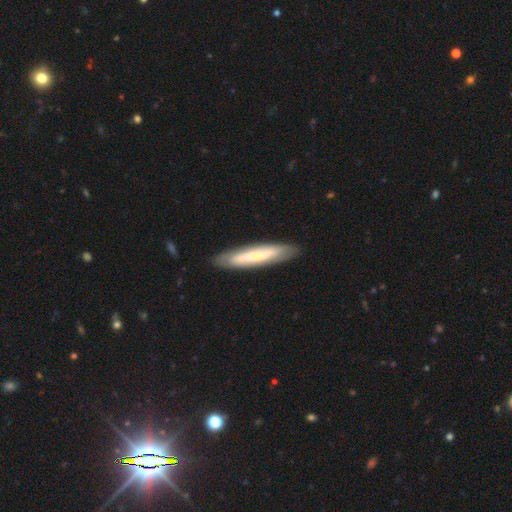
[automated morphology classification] smooth 56%, featured or disk 38%, star or artifact 6%. Down the decision tree: how rounded — cigar-shaped (88%); merging — none (84%).